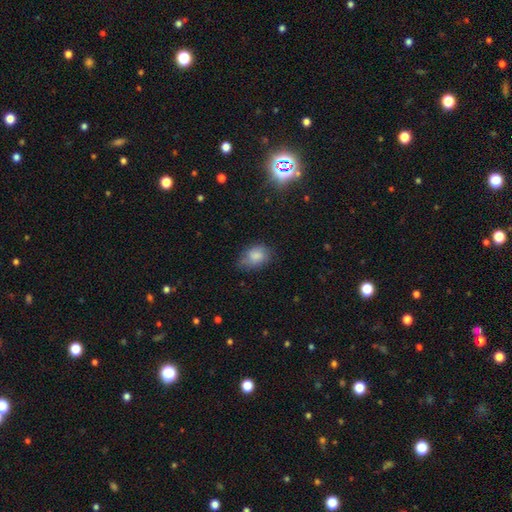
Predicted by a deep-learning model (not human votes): Smooth or featured: smooth — 79% (featured or disk — 12%)
How rounded: in between — 73% (round — 25%)
Merging: none — 53% (minor disturbance — 35%)